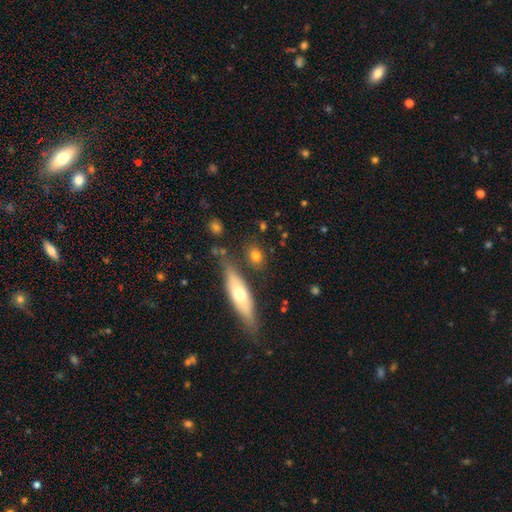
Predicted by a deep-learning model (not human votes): This is likely a smooth galaxy (77%). How rounded: possibly round (53%). Merging: likely none (78%).